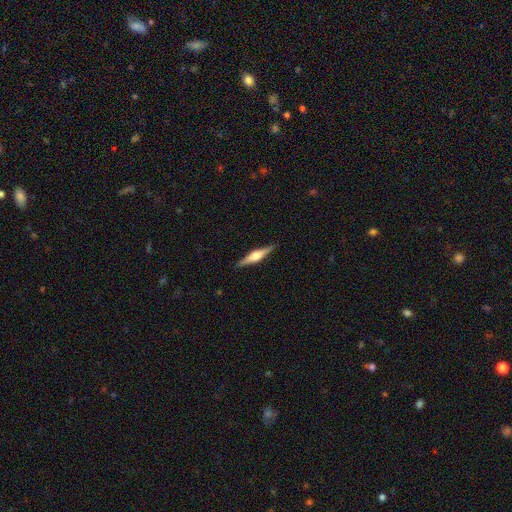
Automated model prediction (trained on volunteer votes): smooth-or-featured: featured or disk: 68% | smooth: 27% | star or artifact: 5%
  disk-edge-on: yes: 98% | no: 2%
    edge-on-bulge: rounded: 86% | boxy: 10% | none: 3%
  merging: none: 91% | minor disturbance: 7% | major disturbance: 1% | merger: 1%